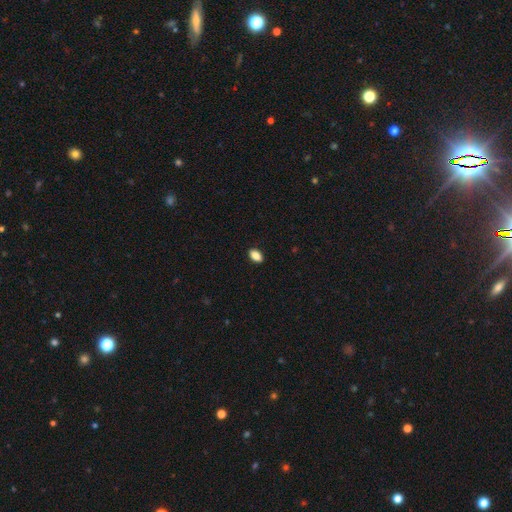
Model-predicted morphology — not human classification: type=smooth (87%); roundness=in between (91%); merging=none (89%).